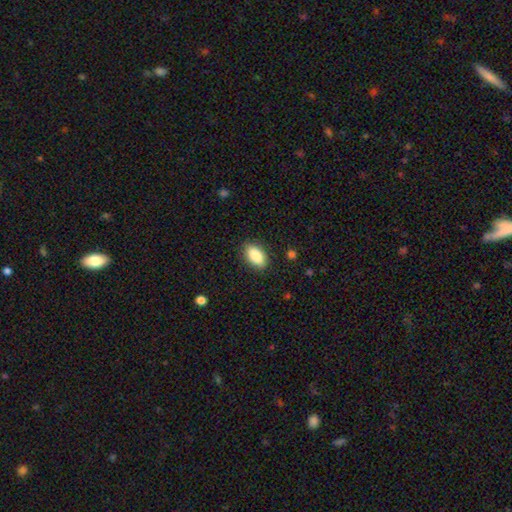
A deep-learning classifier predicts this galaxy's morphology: Q: Smooth or featured?
A: smooth (89%); runner-up: star or artifact (7%)
Q: How rounded?
A: in between (93%); runner-up: round (5%)
Q: Merging?
A: none (87%); runner-up: minor disturbance (10%)